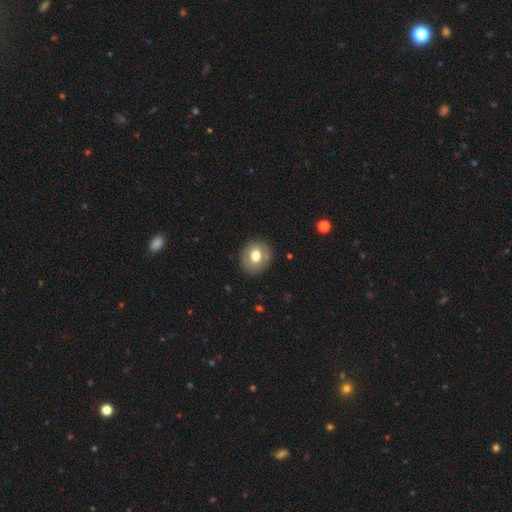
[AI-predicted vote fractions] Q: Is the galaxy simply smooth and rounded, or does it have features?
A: smooth — 70%.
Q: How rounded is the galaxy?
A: round — 72%.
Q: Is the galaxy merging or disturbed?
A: none — 86%.